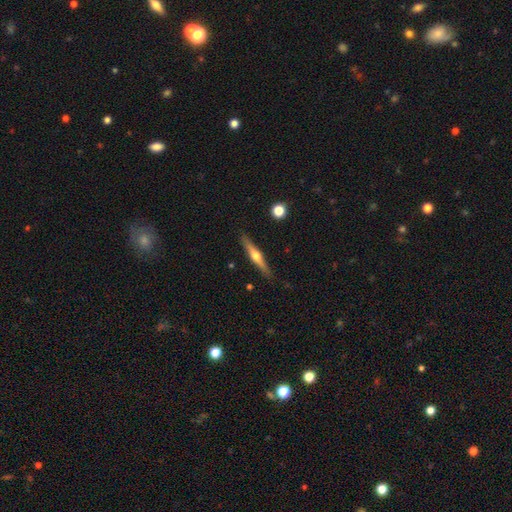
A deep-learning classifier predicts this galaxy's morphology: Smooth or featured?
  - featured or disk: 69% *
  - smooth: 26%
  - star or artifact: 6%
Edge-on disk?
  - yes: 97% *
  - no: 3%
Edge-on bulge?
  - rounded: 94% *
  - none: 3%
  - boxy: 3%
Merging?
  - none: 89% *
  - minor disturbance: 8%
  - major disturbance: 2%
  - merger: 1%